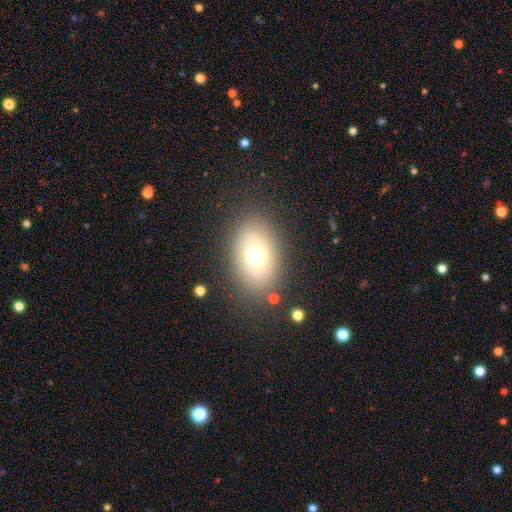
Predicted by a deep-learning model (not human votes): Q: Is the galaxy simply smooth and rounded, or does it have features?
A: smooth — 70%.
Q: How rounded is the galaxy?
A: in between — 80%.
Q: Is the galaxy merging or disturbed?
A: none — 82%.